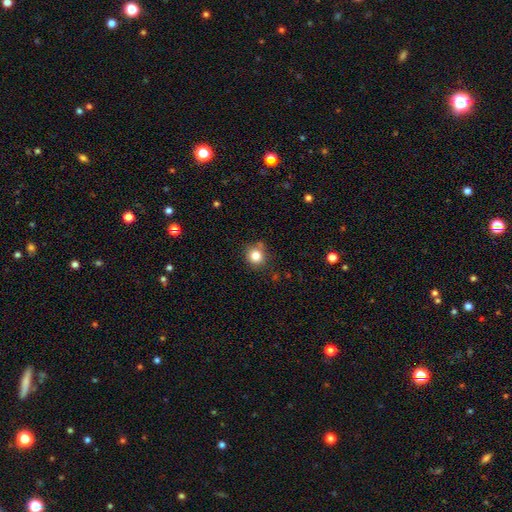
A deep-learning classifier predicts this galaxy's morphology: smooth 81%, star or artifact 12%, featured or disk 7%. Down the decision tree: how rounded — round (90%); merging — none (78%).